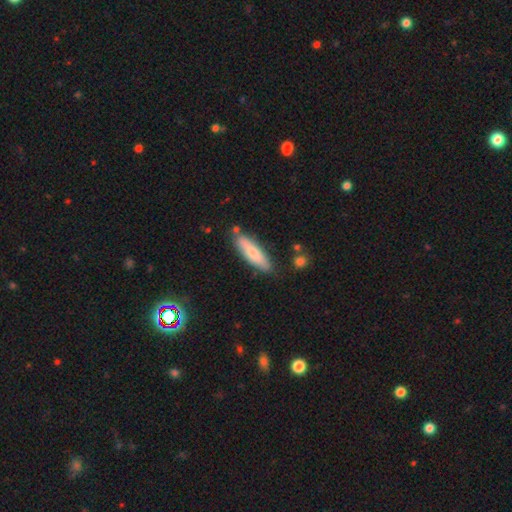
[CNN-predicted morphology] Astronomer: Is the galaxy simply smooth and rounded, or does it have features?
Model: smooth — 72%.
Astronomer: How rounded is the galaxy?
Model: cigar-shaped — 62%.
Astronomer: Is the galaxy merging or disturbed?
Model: none — 79%.